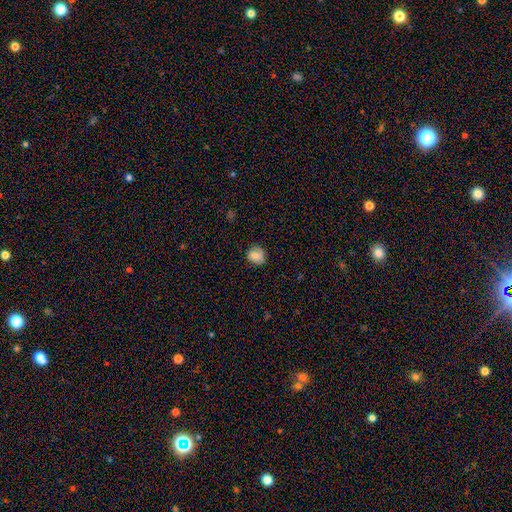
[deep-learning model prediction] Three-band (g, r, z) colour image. It shows a smooth galaxy with no disk features (79%) that is round (75%). Merging: none (79%).